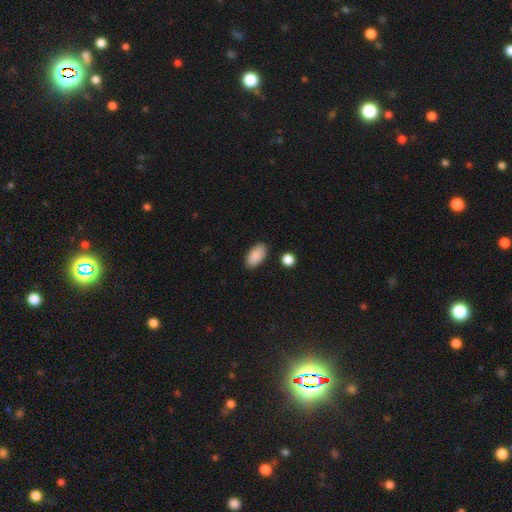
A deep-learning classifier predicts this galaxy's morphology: Smooth or featured? smooth (90%)
How rounded? in between (94%)
Merging? none (85%)